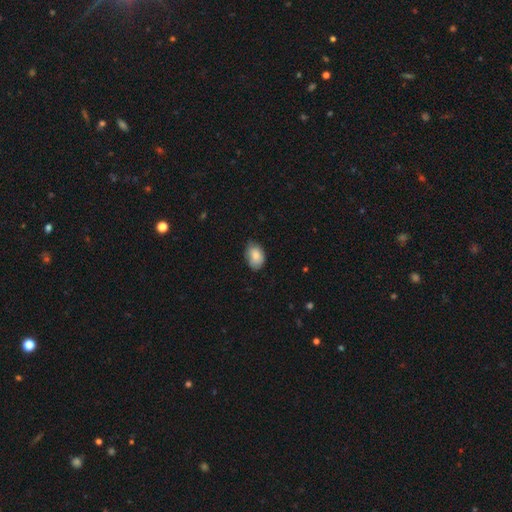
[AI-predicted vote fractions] Overall: smooth (83%). How rounded: in between (85%). Merging: none (68%).